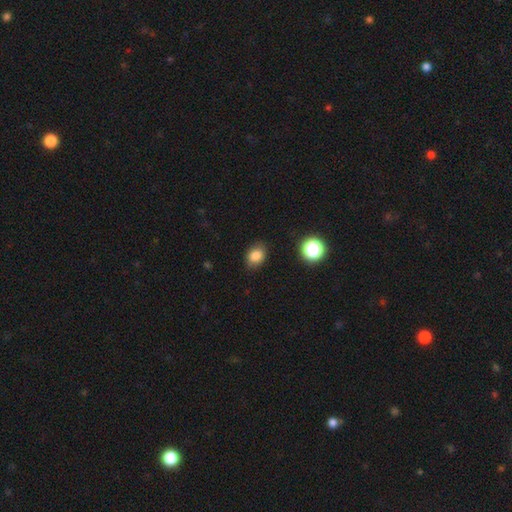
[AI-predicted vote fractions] This appears to be a smooth galaxy with no disk features (82%) that is in between round and cigar-shaped (63%). Merging: none (84%).